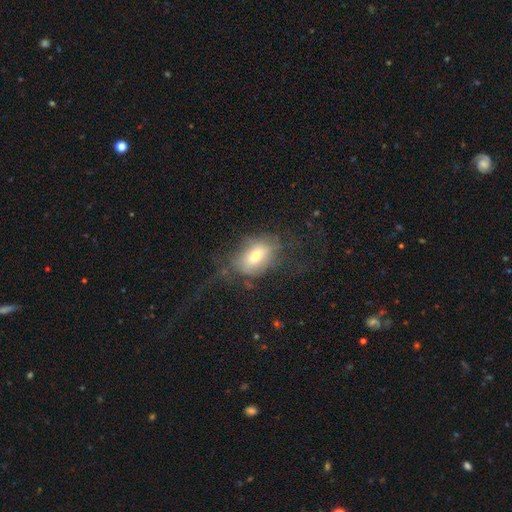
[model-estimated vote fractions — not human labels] The model was most divided on "merging": none: 48%, major disturbance: 28%, minor disturbance: 22%, merger: 2%. More confident: how rounded — in between (81%); smooth or featured — smooth (64%).